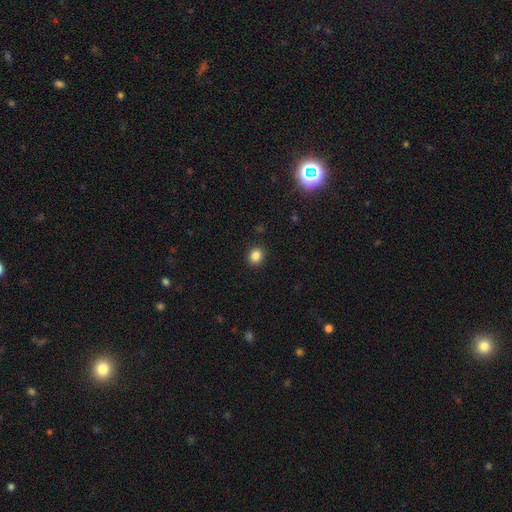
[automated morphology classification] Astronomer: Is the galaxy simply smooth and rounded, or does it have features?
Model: smooth — 85%.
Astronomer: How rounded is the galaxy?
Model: round — 70%.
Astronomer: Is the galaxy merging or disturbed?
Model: none — 90%.